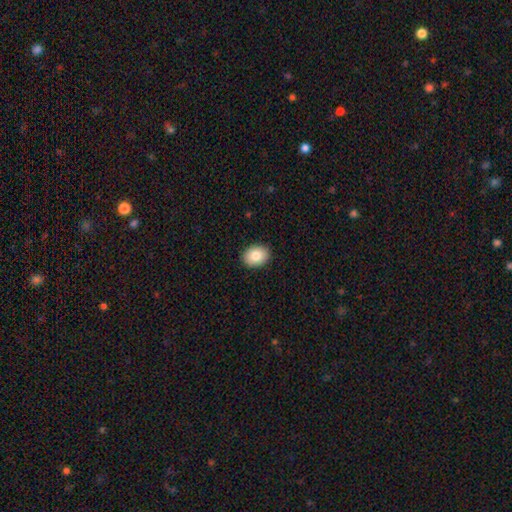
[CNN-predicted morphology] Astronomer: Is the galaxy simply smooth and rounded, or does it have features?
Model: smooth — 84%.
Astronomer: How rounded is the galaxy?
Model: in between — 64%.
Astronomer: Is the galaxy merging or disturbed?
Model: none — 91%.